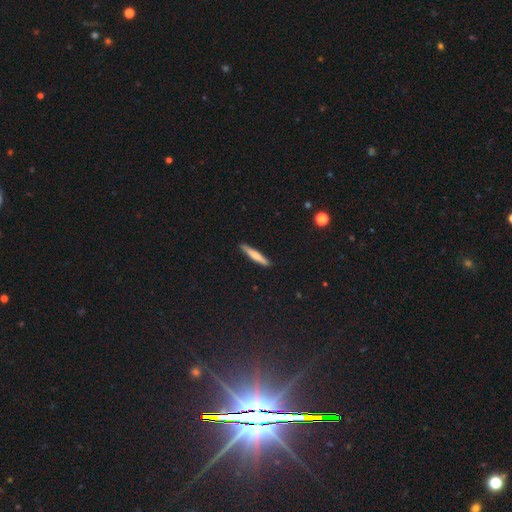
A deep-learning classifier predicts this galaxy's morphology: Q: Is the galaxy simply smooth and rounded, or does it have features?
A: smooth — 64%.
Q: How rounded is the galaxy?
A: cigar-shaped — 93%.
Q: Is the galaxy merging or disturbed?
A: none — 90%.